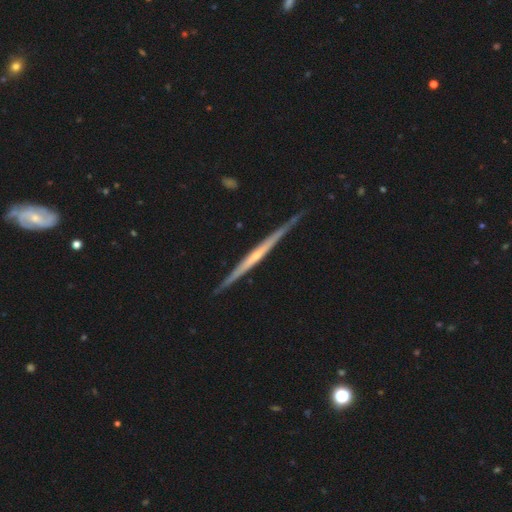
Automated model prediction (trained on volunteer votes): Overall: featured or disk (84%). Edge-on disk: yes (98%). Edge-on bulge: rounded (54%; none 37%). Merging: none (91%).